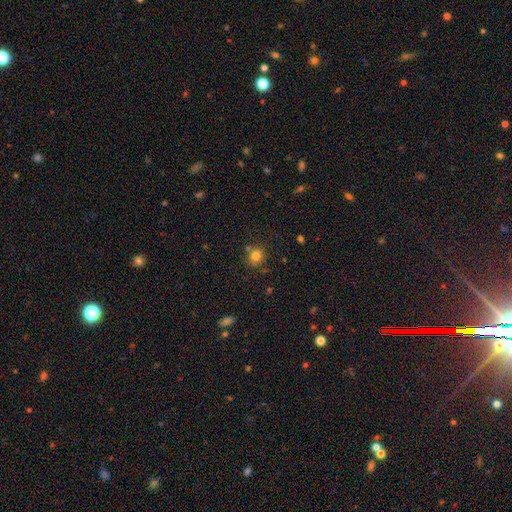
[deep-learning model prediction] smooth 79%, star or artifact 14%, featured or disk 7%. Down the decision tree: how rounded — round (81%); merging — none (74%).